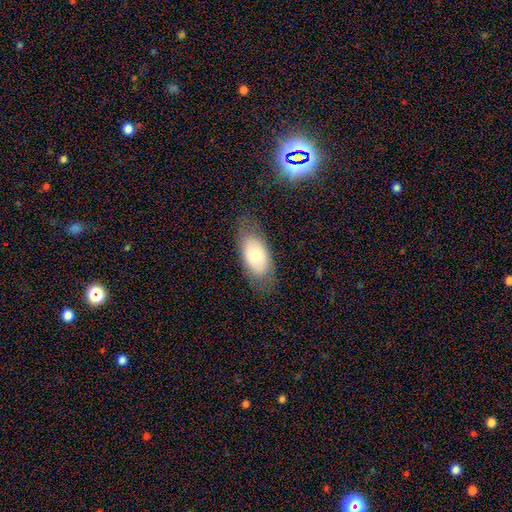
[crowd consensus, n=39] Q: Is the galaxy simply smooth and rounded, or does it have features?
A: smooth — 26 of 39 (67%).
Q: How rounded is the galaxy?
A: in between — 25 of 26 (96%).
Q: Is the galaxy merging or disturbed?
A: none — 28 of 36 (78%).